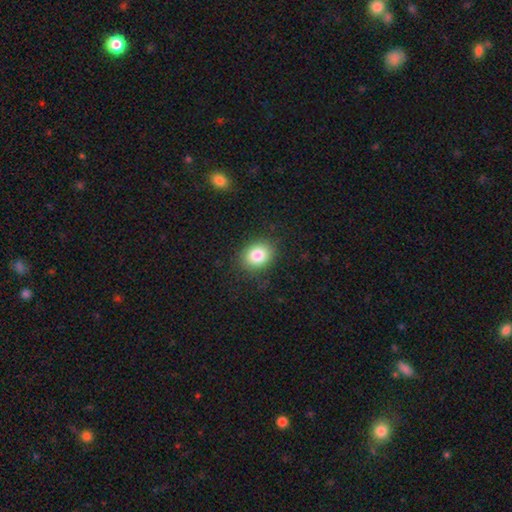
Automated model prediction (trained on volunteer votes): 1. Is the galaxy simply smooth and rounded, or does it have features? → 84% smooth, 10% star or artifact, 6% featured or disk.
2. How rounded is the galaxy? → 50% in between, 49% round, 1% cigar-shaped.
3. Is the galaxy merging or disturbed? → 88% none, 9% minor disturbance, 2% major disturbance, 1% merger.